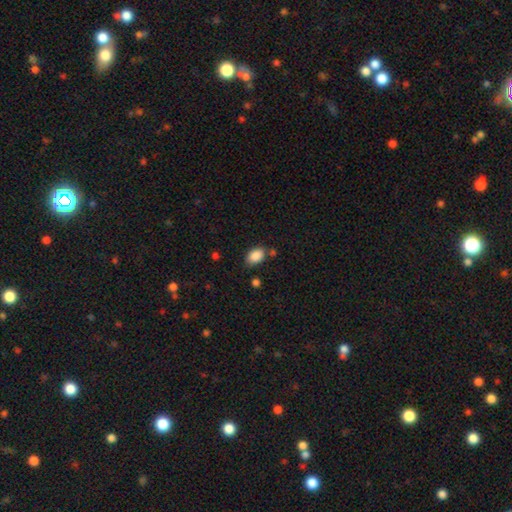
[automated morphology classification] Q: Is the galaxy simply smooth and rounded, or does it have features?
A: smooth — 88%.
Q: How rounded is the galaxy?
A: in between — 87%.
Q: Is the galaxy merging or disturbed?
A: none — 73%.